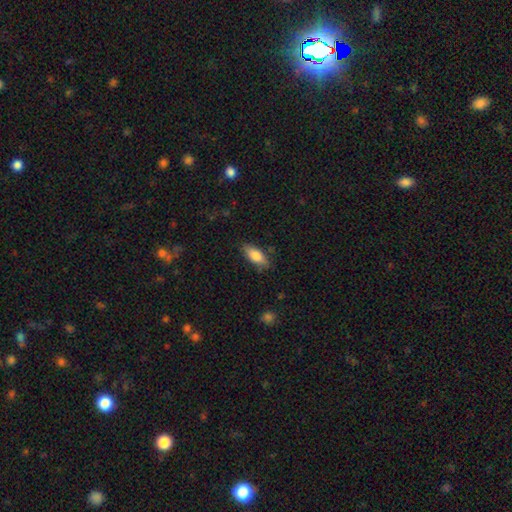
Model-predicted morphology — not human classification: smooth 81%, featured or disk 12%, star or artifact 7%. Down the decision tree: how rounded — in between (80%); merging — none (80%).